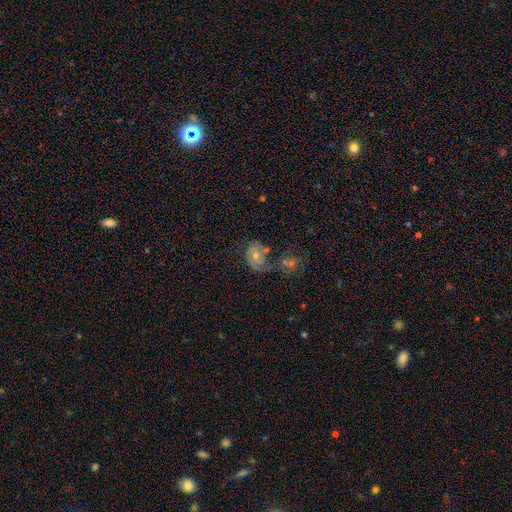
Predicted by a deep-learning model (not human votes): Smooth or featured? Predicted: featured or disk (p=0.57). Edge-on disk? Predicted: no (p=0.97). Bar? Predicted: no (p=0.78). Spiral arms? Predicted: yes (p=0.73). Bulge size? Predicted: moderate (p=0.59). Merging? Predicted: none (p=0.38).